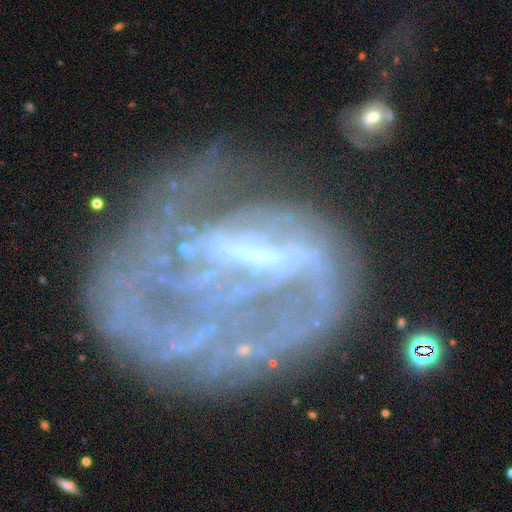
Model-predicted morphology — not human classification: Smooth or featured? Predicted: featured or disk (p=0.75). Edge-on disk? Predicted: no (p=0.96). Bar? Predicted: strong (p=0.42). Spiral arms? Predicted: yes (p=0.64). Bulge size? Predicted: none (p=0.47). Merging? Predicted: none (p=0.38).